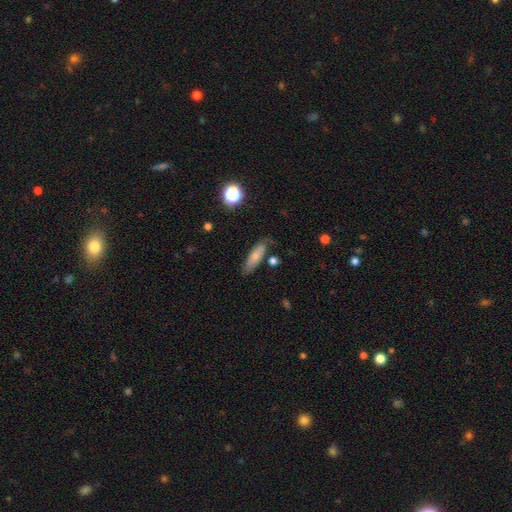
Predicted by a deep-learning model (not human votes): Smooth or featured? smooth (67%)
How rounded? cigar-shaped (50%)
Merging? none (69%)